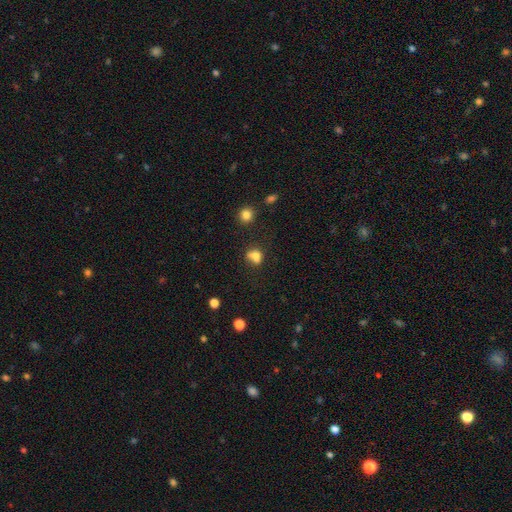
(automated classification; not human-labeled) Smooth or featured? Predicted: smooth (p=0.71). How rounded? Predicted: round (p=0.56). Merging? Predicted: merger (p=0.39).